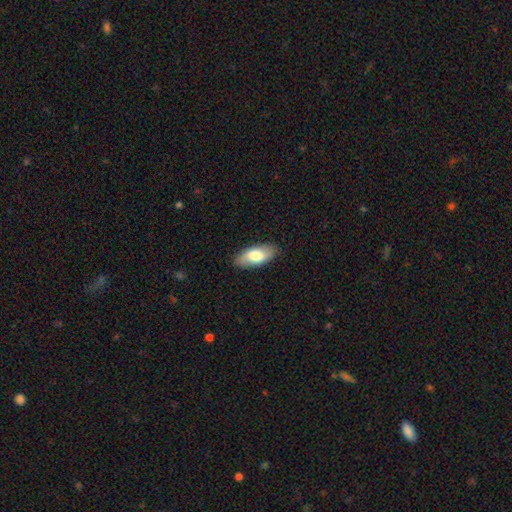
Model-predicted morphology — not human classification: A smooth galaxy with no disk features (71%) that is in between round and cigar-shaped (87%).

Vote fractions:
- Smooth or featured? smooth: 71% / featured or disk: 23% / star or artifact: 6%
- How rounded? in between: 87% / cigar-shaped: 10% / round: 3%
- Merging? none: 87% / minor disturbance: 10% / major disturbance: 2% / merger: 1%